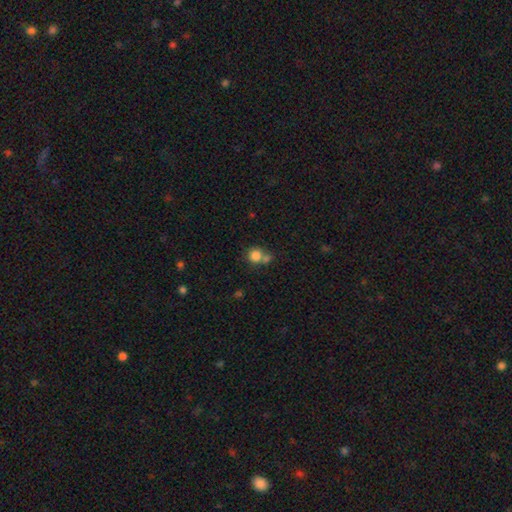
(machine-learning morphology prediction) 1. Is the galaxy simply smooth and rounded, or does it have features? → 82% smooth, 11% star or artifact, 7% featured or disk.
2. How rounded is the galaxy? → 87% round, 12% in between, 1% cigar-shaped.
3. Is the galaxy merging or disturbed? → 48% none, 39% merger, 9% minor disturbance, 4% major disturbance.